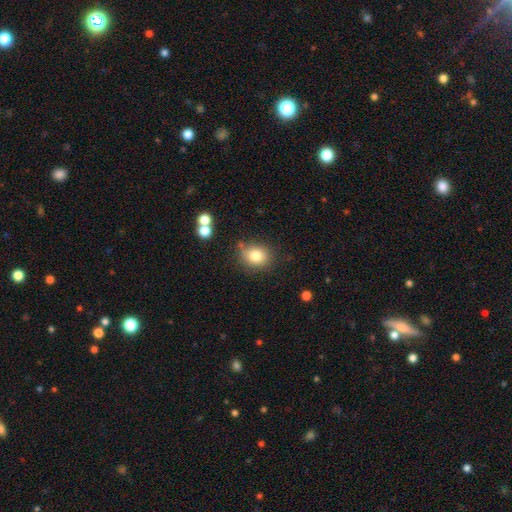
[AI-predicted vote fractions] smooth_or_featured: smooth (p=0.80) [alt: star or artifact p=0.12]
how_rounded: round (p=0.70) [alt: in between p=0.29]
merging: none (p=0.74) [alt: minor disturbance p=0.16]